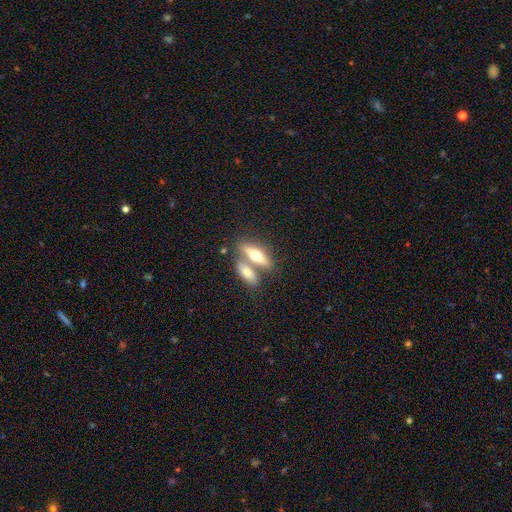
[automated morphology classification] The model was most divided on "how rounded": in between: 50%, cigar-shaped: 46%, round: 4%. Remaining: smooth or featured — smooth (54%); merging — merger (49%).